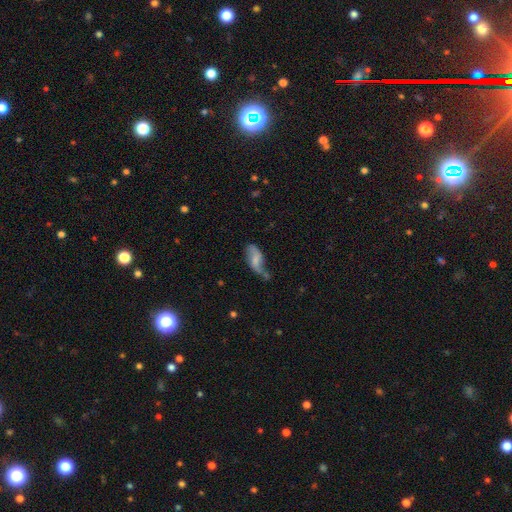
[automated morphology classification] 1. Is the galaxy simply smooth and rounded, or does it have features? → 60% featured or disk, 28% smooth, 12% star or artifact.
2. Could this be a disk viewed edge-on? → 89% no, 11% yes.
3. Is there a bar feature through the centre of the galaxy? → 52% no, 37% weak, 11% strong.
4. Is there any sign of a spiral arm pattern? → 86% yes, 14% no.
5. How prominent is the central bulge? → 42% small, 29% moderate, 22% none, 5% large, 2% dominant.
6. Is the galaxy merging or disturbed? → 52% none, 28% minor disturbance, 14% major disturbance, 7% merger.